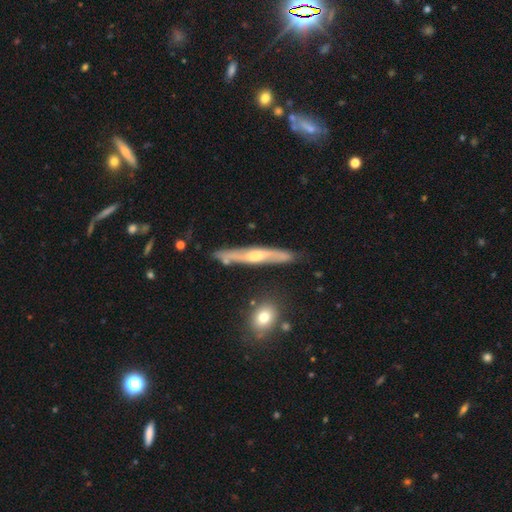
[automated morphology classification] The model was most divided on "edge-on bulge": rounded: 65%, none: 24%, boxy: 11%. More confident: edge-on disk — yes (85%); merging — none (78%); smooth or featured — featured or disk (71%).